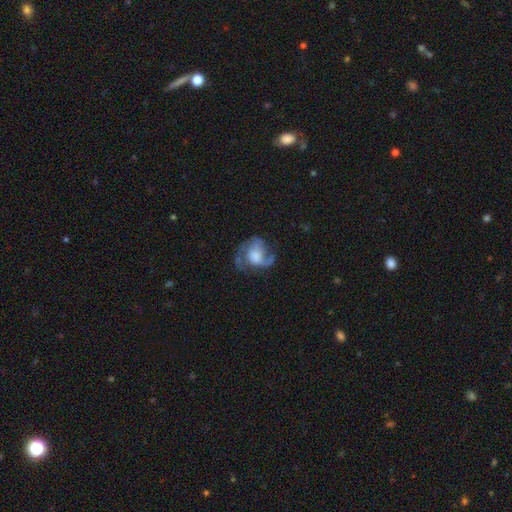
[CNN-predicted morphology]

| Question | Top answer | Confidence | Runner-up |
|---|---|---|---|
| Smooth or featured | featured or disk | 71% | smooth (21%) |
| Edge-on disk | no | 98% | yes (2%) |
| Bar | no | 69% | weak (25%) |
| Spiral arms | yes | 87% | no (13%) |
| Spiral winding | medium | 45% | loose (38%) |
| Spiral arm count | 2 | 59% | 1 (13%) |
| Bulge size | large | 40% | moderate (25%) |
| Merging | none | 47% | major disturbance (29%) |